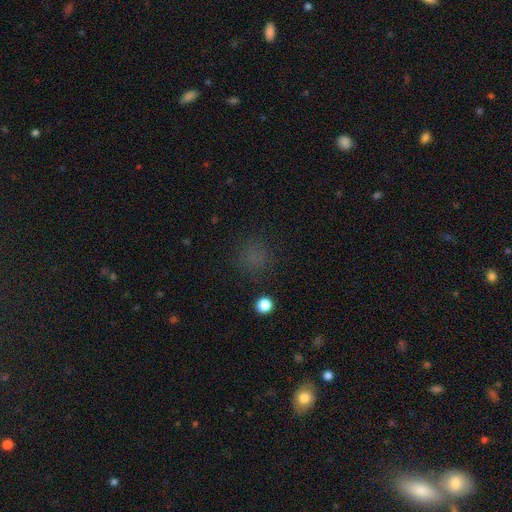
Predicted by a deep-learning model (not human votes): Smooth or featured? smooth (68%)
How rounded? round (87%)
Merging? none (83%)